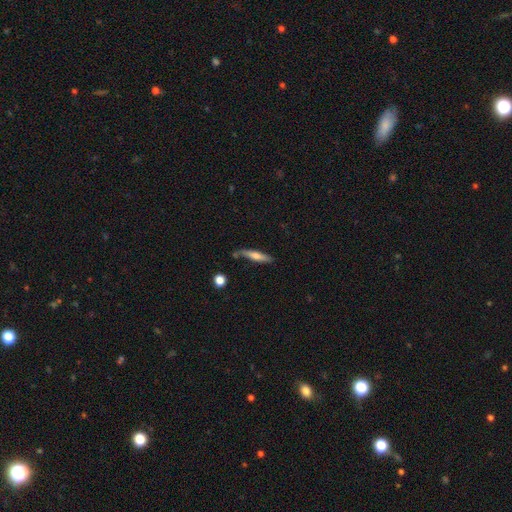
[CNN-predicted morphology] Smooth or featured: smooth — 57% (featured or disk — 37%)
How rounded: cigar-shaped — 86% (in between — 12%)
Merging: none — 71% (minor disturbance — 19%)